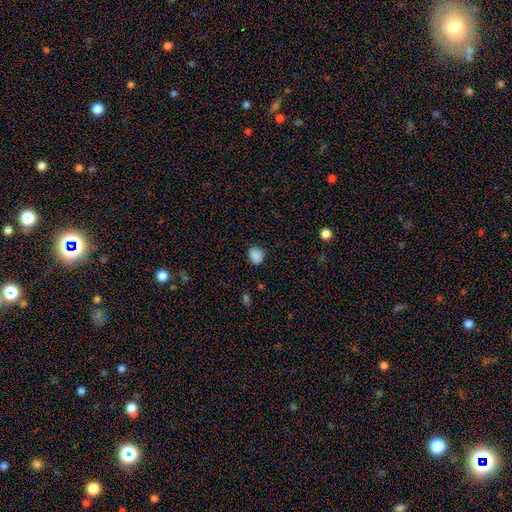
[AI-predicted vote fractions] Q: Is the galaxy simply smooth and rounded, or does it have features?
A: smooth — 84%.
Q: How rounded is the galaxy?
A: round — 67%.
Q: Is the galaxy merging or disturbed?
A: none — 75%.